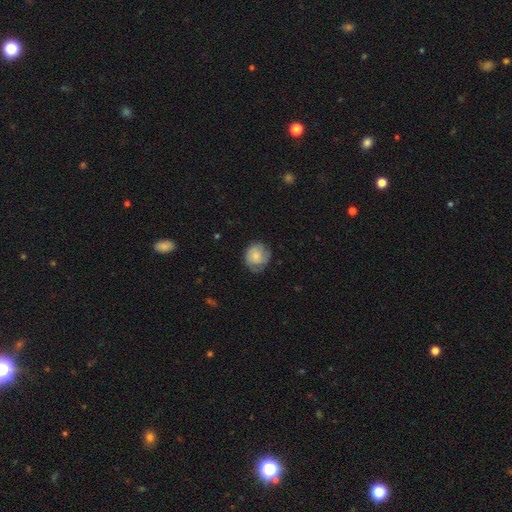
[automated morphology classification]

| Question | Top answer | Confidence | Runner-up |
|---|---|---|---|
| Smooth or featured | smooth | 62% | featured or disk (30%) |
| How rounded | round | 77% | in between (22%) |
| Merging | none | 65% | minor disturbance (26%) |